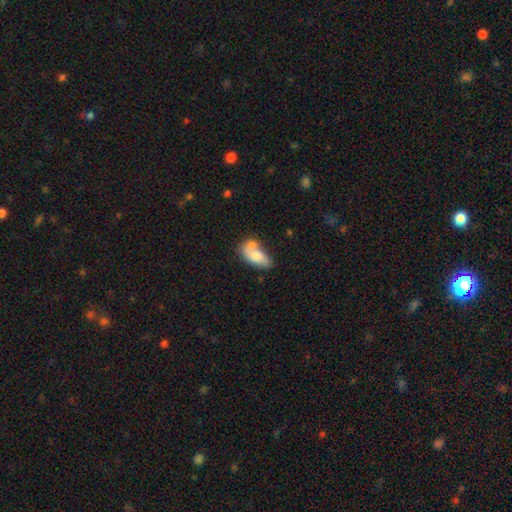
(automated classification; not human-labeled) Smooth or featured: smooth — 70% (featured or disk — 23%)
How rounded: in between — 89% (cigar-shaped — 7%)
Merging: merger — 40% (none — 32%)